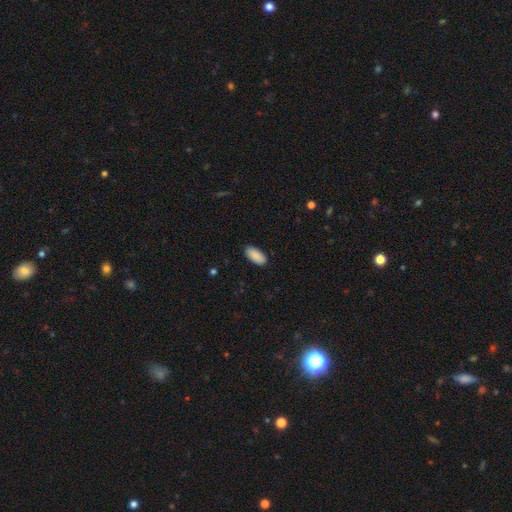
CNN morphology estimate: smooth_or_featured: smooth (p=0.91) [alt: star or artifact p=0.06]
how_rounded: in between (p=0.94) [alt: cigar-shaped p=0.04]
merging: none (p=0.89) [alt: minor disturbance p=0.08]